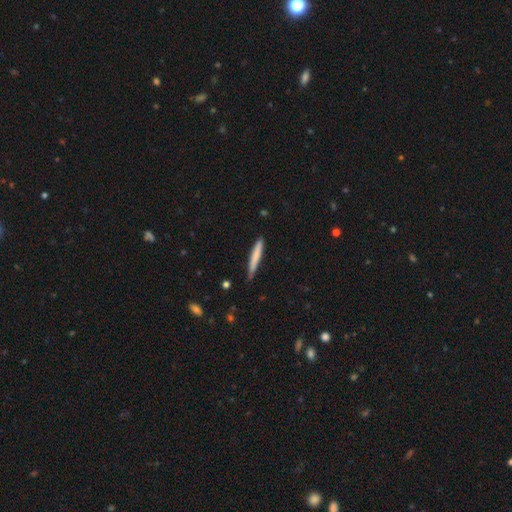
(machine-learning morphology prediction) A smooth galaxy with no disk features (72%) that is cigar-shaped (96%).

Vote fractions:
- Smooth or featured? smooth: 72% / featured or disk: 23% / star or artifact: 6%
- How rounded? cigar-shaped: 96% / in between: 3% / round: 1%
- Merging? none: 81% / minor disturbance: 16% / major disturbance: 2% / merger: 2%